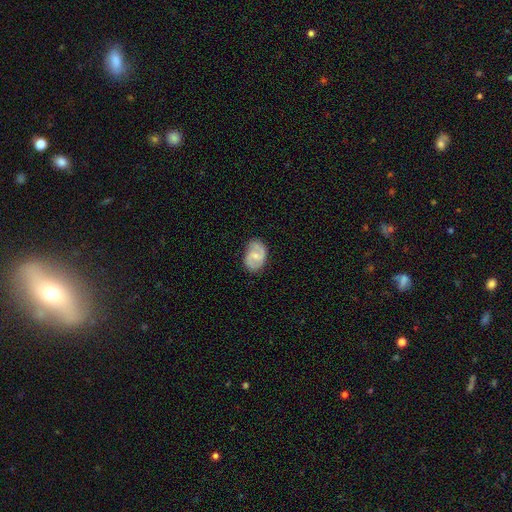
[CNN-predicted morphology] This appears to be a featured or disk galaxy (68%) with a weak bar (53%), 2 (87%) medium (50%) spiral arms (90%) and a small central bulge (55%). Merging: none (77%).